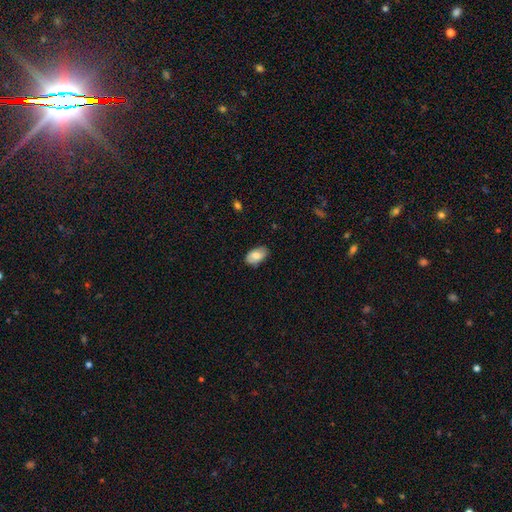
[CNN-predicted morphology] smooth 77%, featured or disk 16%, star or artifact 7%. Down the decision tree: how rounded — in between (93%); merging — none (77%).